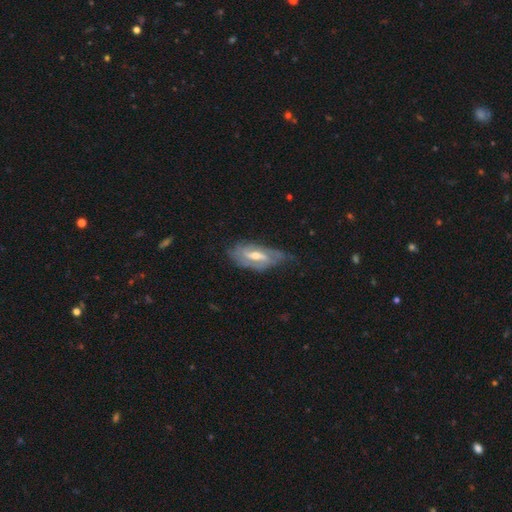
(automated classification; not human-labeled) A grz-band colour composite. It shows a featured or disk galaxy (77%) with a weak bar (48%), 2 (59%) tight (42%) spiral arms (87%) and a moderate central bulge (64%). Merging: none (56%).